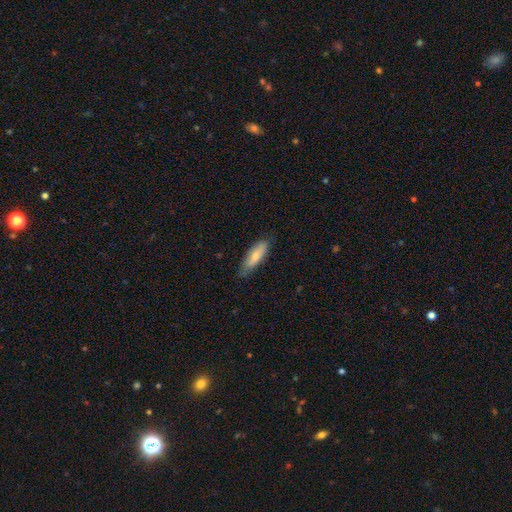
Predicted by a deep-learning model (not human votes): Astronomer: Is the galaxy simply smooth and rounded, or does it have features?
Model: smooth — 71%.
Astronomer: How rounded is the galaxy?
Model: in between — 53% (runner-up: cigar-shaped, 45%).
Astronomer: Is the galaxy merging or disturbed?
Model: none — 73%.